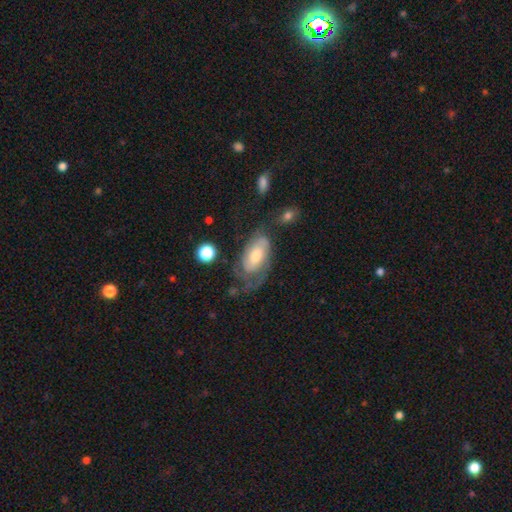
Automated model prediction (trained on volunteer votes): Smooth or featured? Predicted: featured or disk (p=0.67). Edge-on disk? Predicted: no (p=0.93). Bar? Predicted: no (p=0.63). Spiral arms? Predicted: yes (p=0.85). Spiral winding? Predicted: tight (p=0.48). Spiral arm count? Predicted: 2 (p=0.41). Bulge size? Predicted: moderate (p=0.60). Merging? Predicted: none (p=0.44).